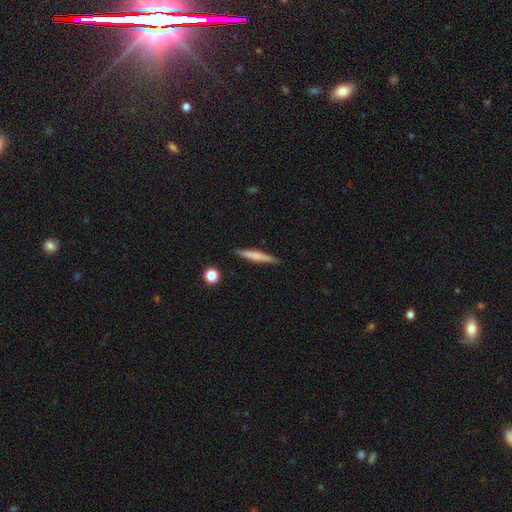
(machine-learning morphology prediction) Smooth or featured? Predicted: smooth (p=0.55). How rounded? Predicted: cigar-shaped (p=0.94). Merging? Predicted: none (p=0.88).